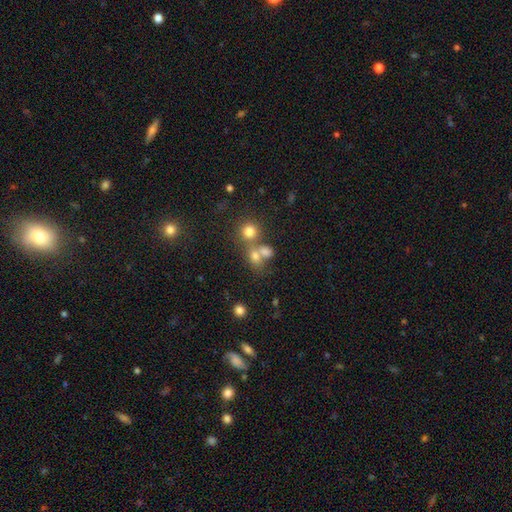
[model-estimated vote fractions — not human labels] Morphology: type=smooth (71%); roundness=in between (49%, tied with round); merging=merger (42%).